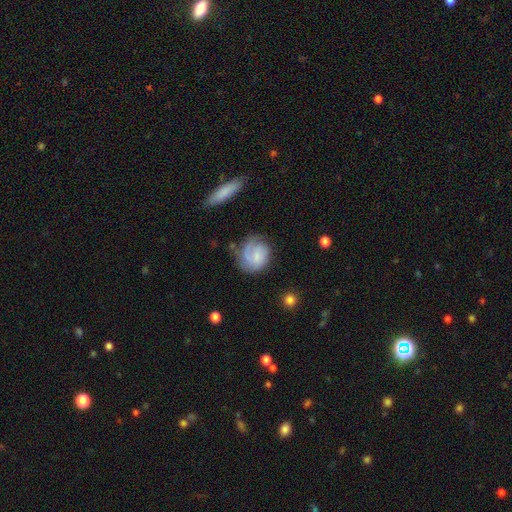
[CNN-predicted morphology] This is possibly a featured or disk galaxy (53%). It is clearly not viewed edge-on (97%). Bar: likely no (61%). Spiral arm pattern: clearly yes (86%). Central bulge: possibly small (50%). Merging: possibly none (55%).